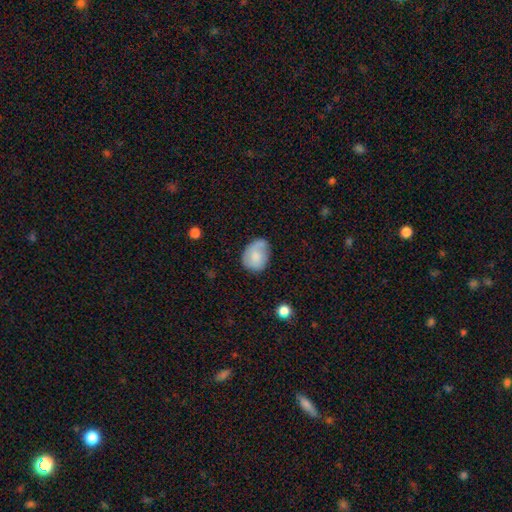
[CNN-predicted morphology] Smooth or featured? smooth (69%)
How rounded? in between (59%)
Merging? none (45%)